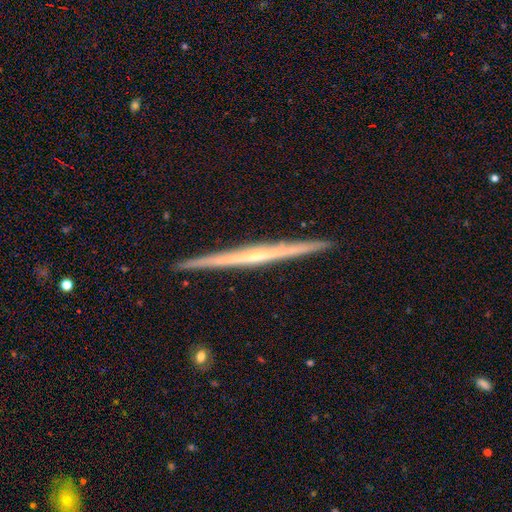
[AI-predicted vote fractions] featured or disk 75%, smooth 18%, star or artifact 6%. Down the decision tree: edge-on disk — yes (98%); edge-on bulge — none (67%); merging — none (93%).